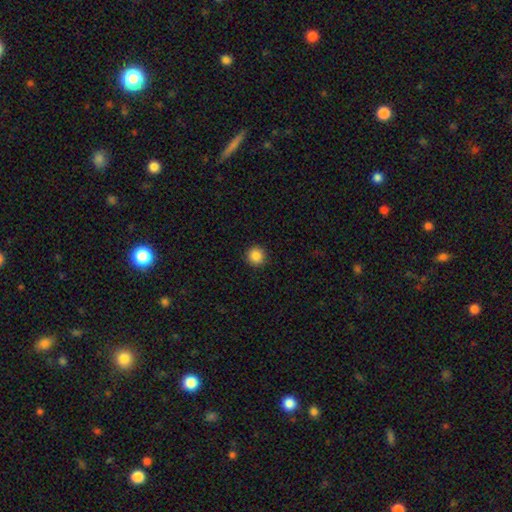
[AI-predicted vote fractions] smooth 87%, star or artifact 10%, featured or disk 3%. Down the decision tree: how rounded — round (95%); merging — none (92%).